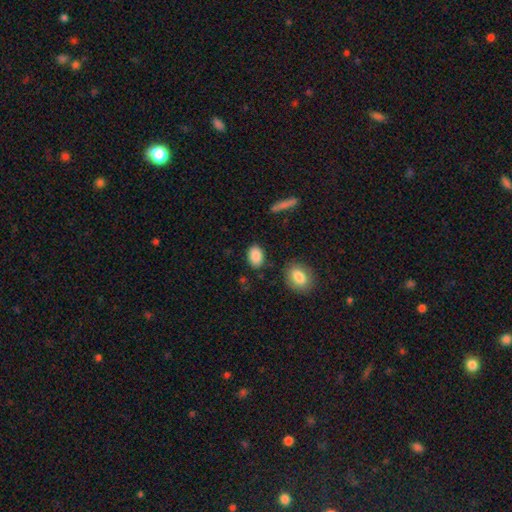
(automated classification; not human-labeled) The model was most divided on "merging": none: 82%, minor disturbance: 12%, merger: 3%, major disturbance: 3%. More confident: smooth or featured — smooth (88%); how rounded — in between (86%).